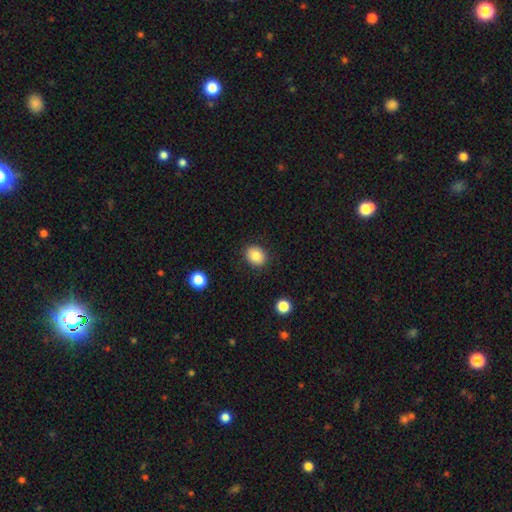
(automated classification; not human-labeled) smooth 84%, star or artifact 9%, featured or disk 7%. Down the decision tree: how rounded — round (61%); merging — none (89%).